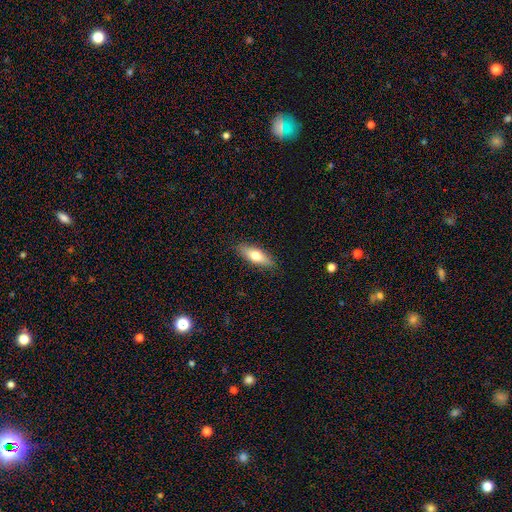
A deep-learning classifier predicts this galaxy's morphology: smooth_or_featured: smooth (p=0.69) [alt: featured or disk p=0.24]
how_rounded: in between (p=0.67) [alt: cigar-shaped p=0.30]
merging: none (p=0.87) [alt: minor disturbance p=0.10]